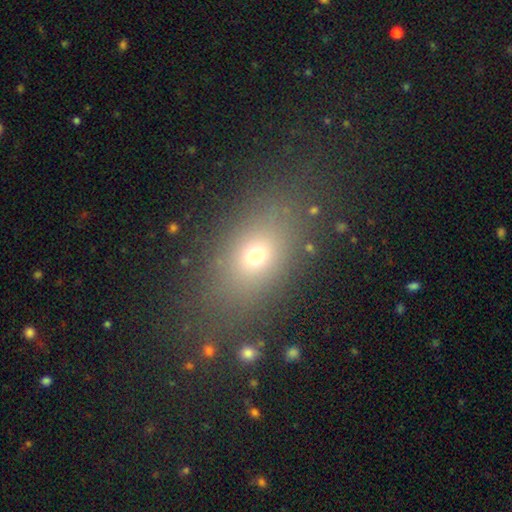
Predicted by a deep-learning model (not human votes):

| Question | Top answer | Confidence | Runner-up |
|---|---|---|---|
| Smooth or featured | smooth | 67% | star or artifact (18%) |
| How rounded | in between | 72% | round (23%) |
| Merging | none | 78% | minor disturbance (12%) |